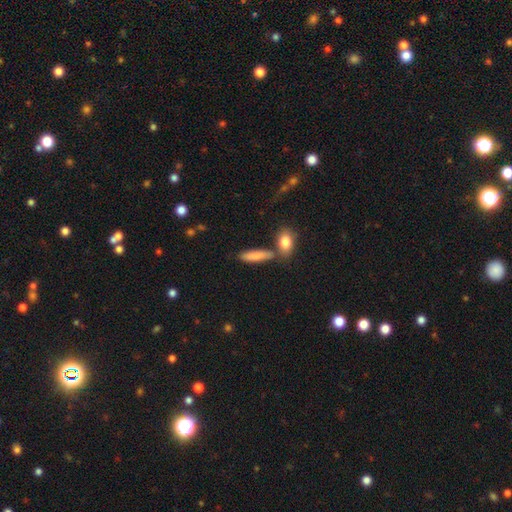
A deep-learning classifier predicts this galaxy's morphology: The model was most divided on "how rounded": cigar-shaped: 64%, in between: 32%, round: 3%. More confident: smooth or featured — smooth (82%); merging — none (70%).